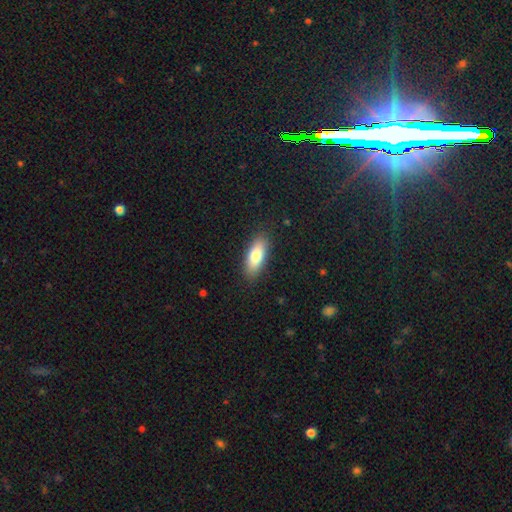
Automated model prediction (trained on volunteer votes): A smooth galaxy with no disk features (81%) that is in between round and cigar-shaped (78%).

Vote fractions:
- Smooth or featured? smooth: 81% / featured or disk: 13% / star or artifact: 6%
- How rounded? in between: 78% / cigar-shaped: 20% / round: 2%
- Merging? none: 87% / minor disturbance: 10% / major disturbance: 2% / merger: 1%